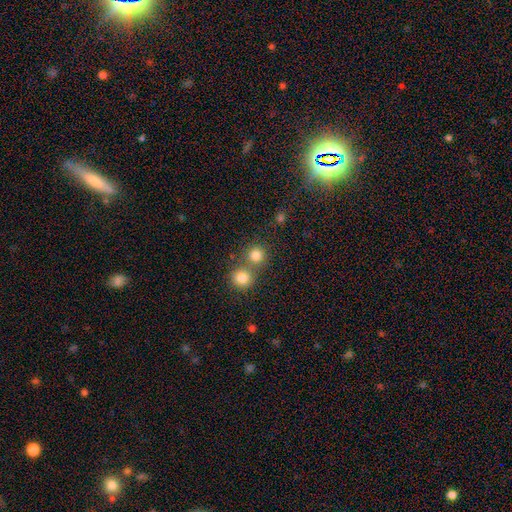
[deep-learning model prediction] Smooth or featured: smooth — 81% (star or artifact — 13%)
How rounded: round — 91% (in between — 8%)
Merging: none — 59% (merger — 33%)